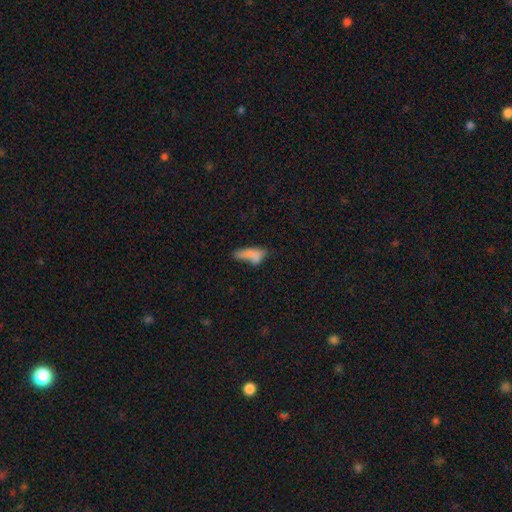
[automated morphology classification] smooth 73%, featured or disk 16%, star or artifact 11%. Down the decision tree: how rounded — in between (67%); merging — none (30%).